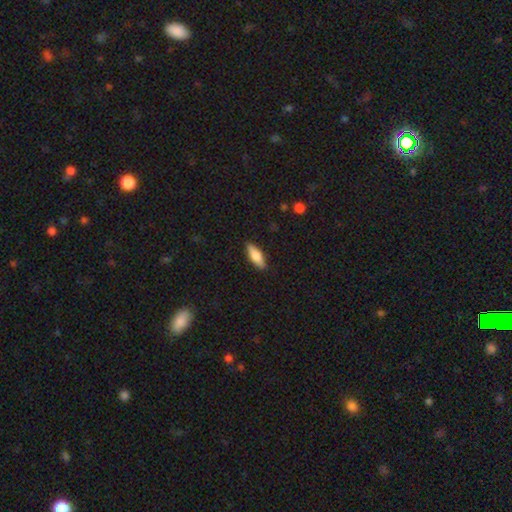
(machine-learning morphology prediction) Q: Smooth or featured?
A: smooth (75%); runner-up: featured or disk (19%)
Q: How rounded?
A: in between (63%); runner-up: cigar-shaped (35%)
Q: Merging?
A: none (87%); runner-up: minor disturbance (10%)